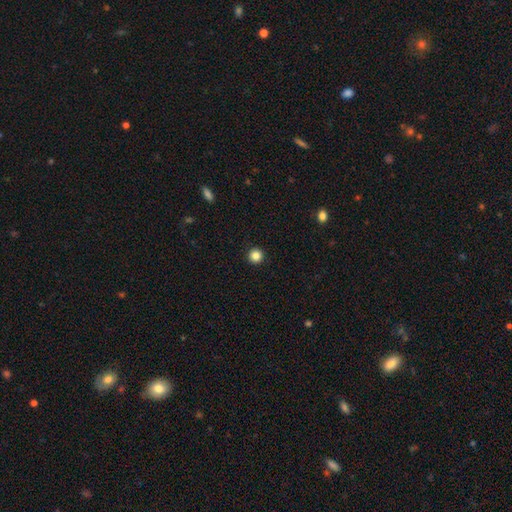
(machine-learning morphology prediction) Overall: smooth (85%). How rounded: round (96%). Merging: none (94%).